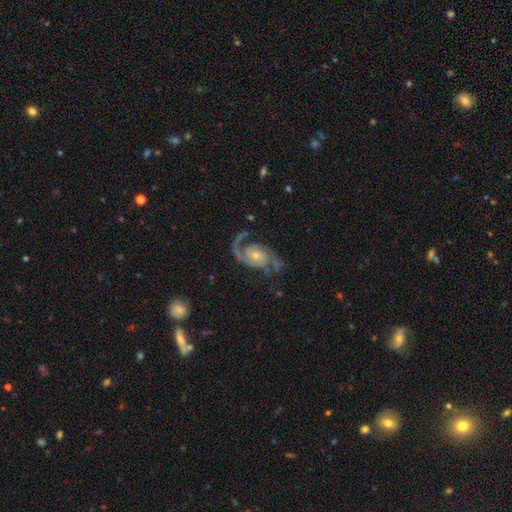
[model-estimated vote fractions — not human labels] The model was most divided on "spiral winding": medium: 51%, loose: 30%, tight: 19%. More confident: edge-on disk — no (98%); spiral arms — yes (98%); smooth or featured — featured or disk (91%); spiral arm count — 2 (88%); bar — no (70%); merging — none (70%); bulge size — small (60%).